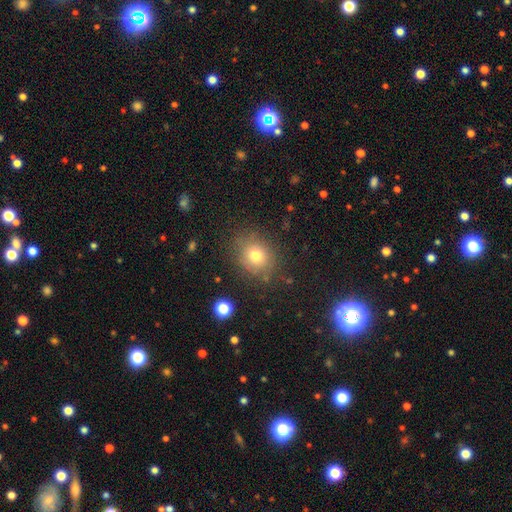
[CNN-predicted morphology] Smooth or featured? Predicted: smooth (p=0.74). How rounded? Predicted: round (p=0.65). Merging? Predicted: none (p=0.80).